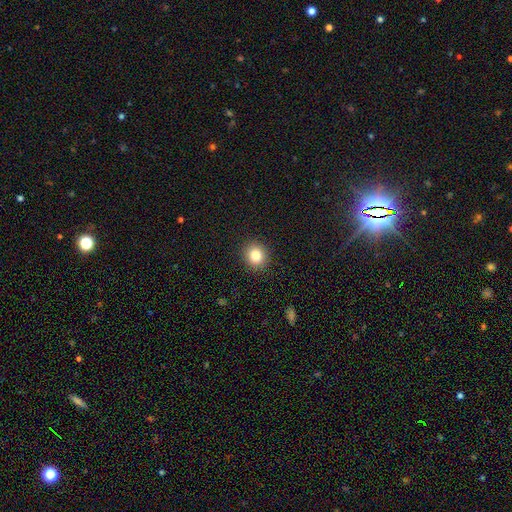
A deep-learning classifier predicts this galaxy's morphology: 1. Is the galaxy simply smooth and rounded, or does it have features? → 83% smooth, 11% star or artifact, 7% featured or disk.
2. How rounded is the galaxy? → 84% round, 16% in between, 1% cigar-shaped.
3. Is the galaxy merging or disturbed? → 91% none, 6% minor disturbance, 2% major disturbance, 1% merger.